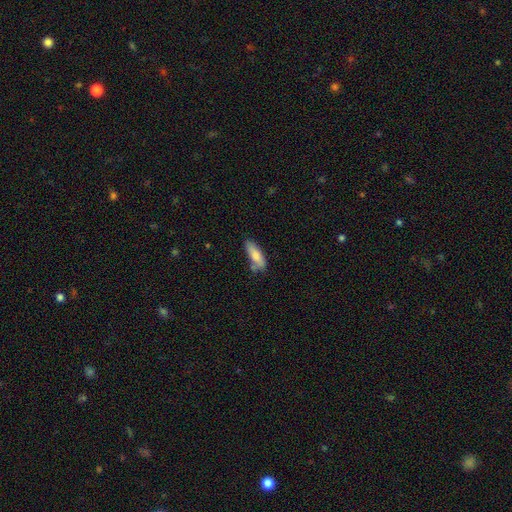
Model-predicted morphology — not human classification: Smooth or featured? Predicted: smooth (p=0.77). How rounded? Predicted: in between (p=0.59). Merging? Predicted: none (p=0.62).